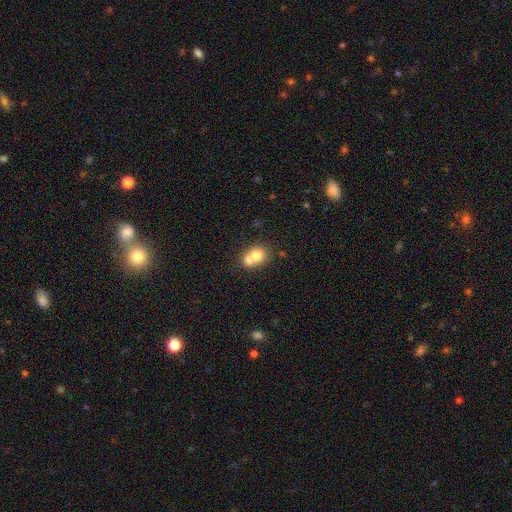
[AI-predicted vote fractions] smooth_or_featured: smooth (p=0.72) [alt: featured or disk p=0.18]
how_rounded: round (p=0.62) [alt: in between p=0.37]
merging: merger (p=0.56) [alt: none p=0.33]